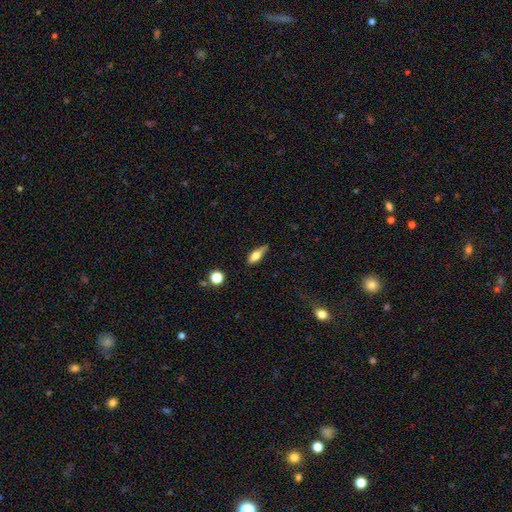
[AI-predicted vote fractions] Smooth or featured?
  - smooth: 65% *
  - featured or disk: 26%
  - star or artifact: 8%
How rounded?
  - in between: 66% *
  - cigar-shaped: 30%
  - round: 4%
Merging?
  - none: 60% *
  - minor disturbance: 29%
  - major disturbance: 8%
  - merger: 4%